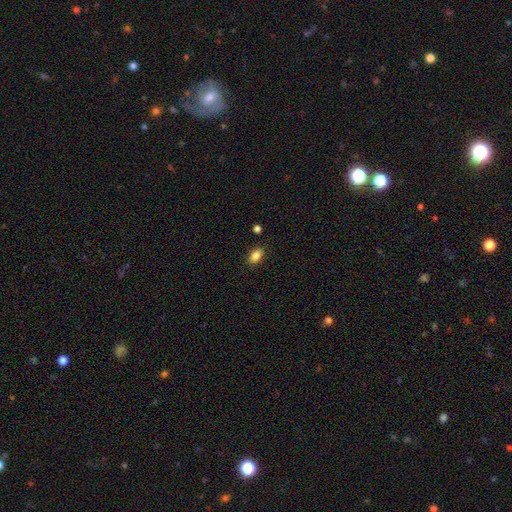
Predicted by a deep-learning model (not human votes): Q: Smooth or featured?
A: smooth (87%); runner-up: star or artifact (9%)
Q: How rounded?
A: in between (90%); runner-up: round (7%)
Q: Merging?
A: none (86%); runner-up: minor disturbance (9%)